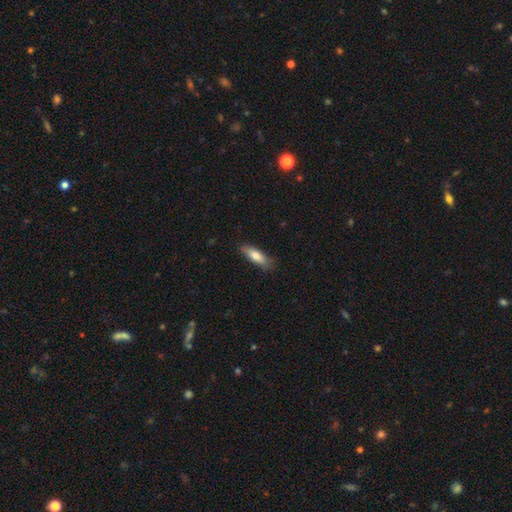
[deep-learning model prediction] Morphology: type=smooth (73%); roundness=in between (51%); merging=none (81%).